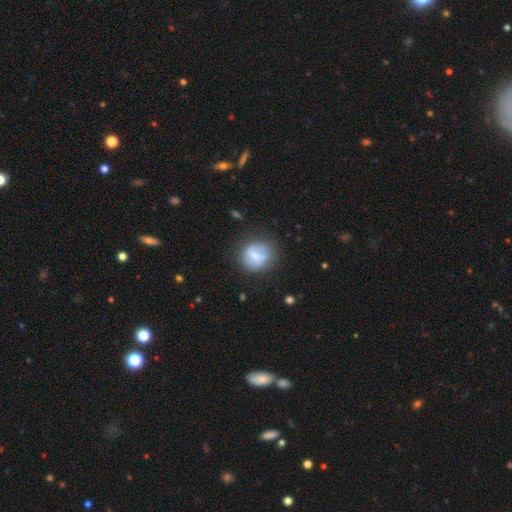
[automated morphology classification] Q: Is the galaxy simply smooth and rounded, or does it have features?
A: smooth — 60%.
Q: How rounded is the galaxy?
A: round — 82%.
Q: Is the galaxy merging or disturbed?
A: none — 72%.